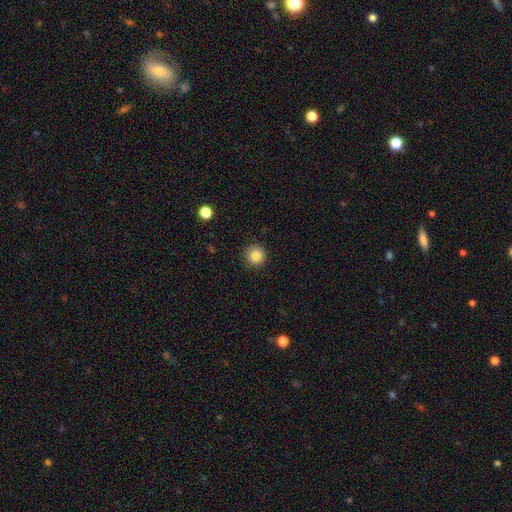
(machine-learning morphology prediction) Smooth or featured? smooth (86%)
How rounded? round (95%)
Merging? none (90%)